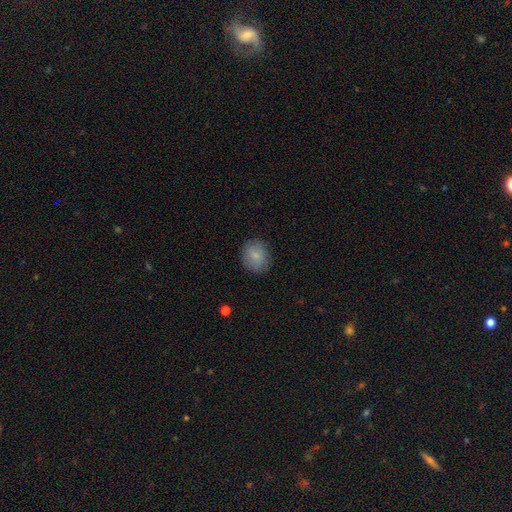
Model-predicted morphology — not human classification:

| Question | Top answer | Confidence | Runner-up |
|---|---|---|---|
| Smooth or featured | smooth | 85% | featured or disk (8%) |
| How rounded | round | 57% | in between (42%) |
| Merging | none | 85% | minor disturbance (11%) |